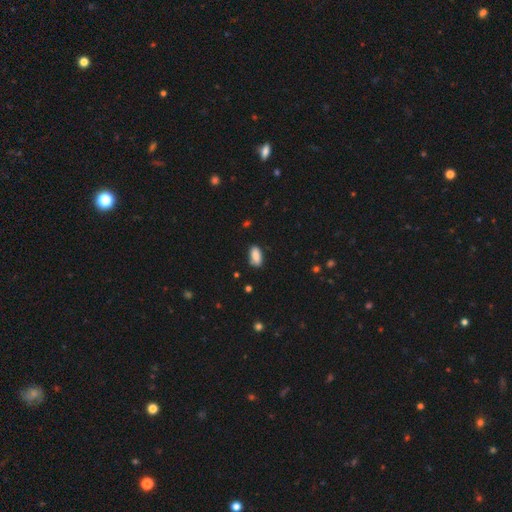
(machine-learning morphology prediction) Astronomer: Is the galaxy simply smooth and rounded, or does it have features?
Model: smooth — 87%.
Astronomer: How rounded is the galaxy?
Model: in between — 89%.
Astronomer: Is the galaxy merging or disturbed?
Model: none — 77%.